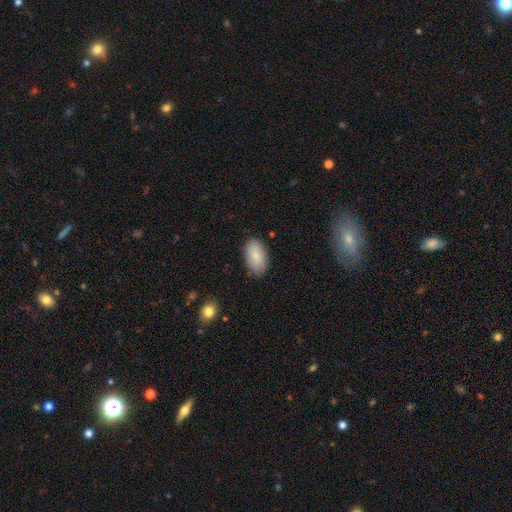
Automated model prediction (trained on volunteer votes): A smooth galaxy with no disk features (85%) that is in between round and cigar-shaped (95%).

Vote fractions:
- Smooth or featured? smooth: 85% / featured or disk: 9% / star or artifact: 6%
- How rounded? in between: 95% / round: 3% / cigar-shaped: 2%
- Merging? none: 83% / minor disturbance: 13% / major disturbance: 3% / merger: 1%